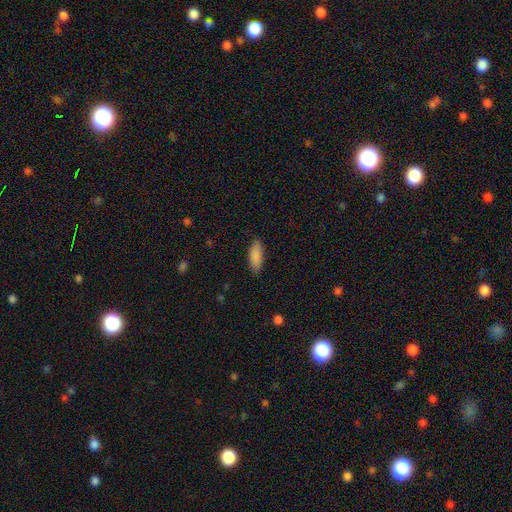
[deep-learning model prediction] A smooth galaxy with no disk features (88%) that is in between round and cigar-shaped (67%). Merging: none (85%).